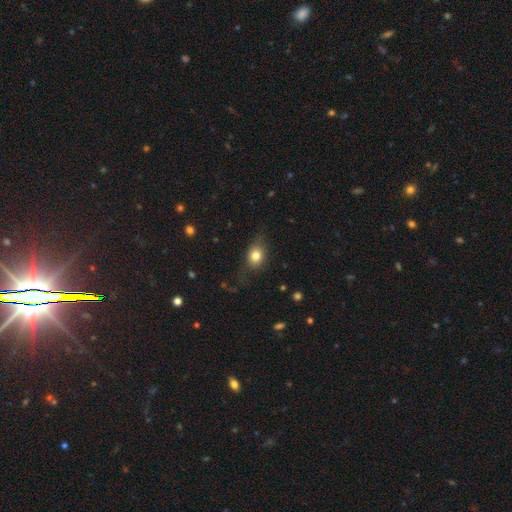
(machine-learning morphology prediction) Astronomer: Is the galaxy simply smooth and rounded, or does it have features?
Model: smooth — 78%.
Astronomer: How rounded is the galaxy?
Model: in between — 56% (runner-up: round, 42%).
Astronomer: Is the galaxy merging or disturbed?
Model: none — 63%.